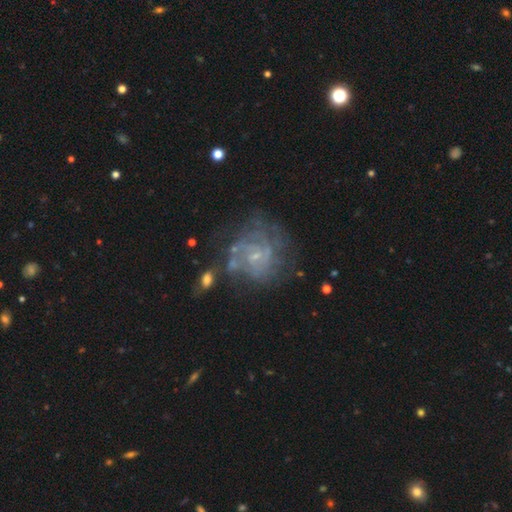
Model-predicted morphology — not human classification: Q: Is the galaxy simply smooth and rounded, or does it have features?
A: featured or disk — 74%.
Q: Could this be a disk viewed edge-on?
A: no — 98%.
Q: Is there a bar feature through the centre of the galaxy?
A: no — 62%.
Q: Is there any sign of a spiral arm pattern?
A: yes — 77%.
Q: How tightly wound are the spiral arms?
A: tight — 53%.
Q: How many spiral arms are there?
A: can't tell — 50%.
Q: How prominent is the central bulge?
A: small — 72%.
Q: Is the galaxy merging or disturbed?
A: none — 53%.